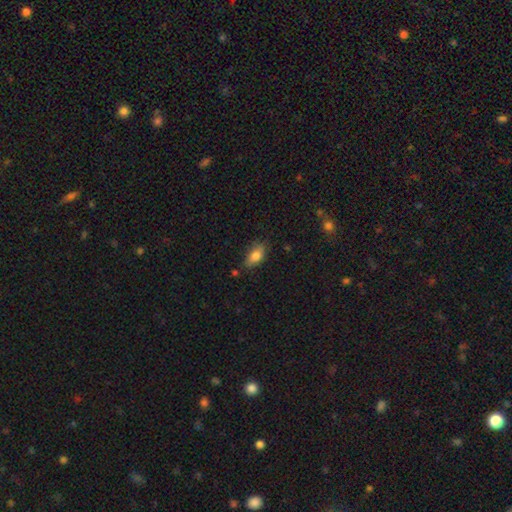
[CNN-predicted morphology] Q: Smooth or featured?
A: smooth (80%); runner-up: featured or disk (12%)
Q: How rounded?
A: in between (87%); runner-up: cigar-shaped (7%)
Q: Merging?
A: none (69%); runner-up: minor disturbance (23%)